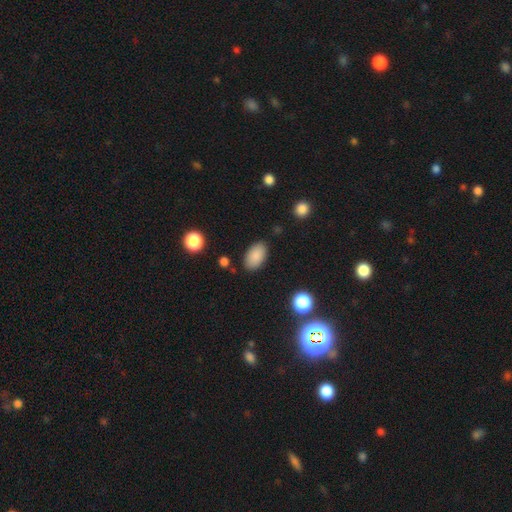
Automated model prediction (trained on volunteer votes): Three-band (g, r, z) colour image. It shows a smooth galaxy with no disk features (87%) that is in between round and cigar-shaped (94%). Merging: none (84%).